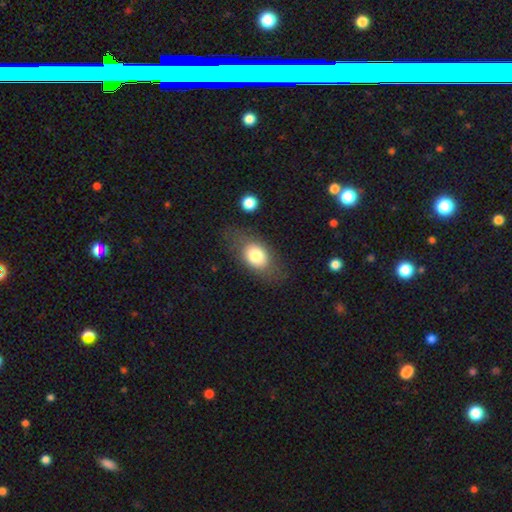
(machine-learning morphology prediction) A smooth galaxy with no disk features (74%) that is in between round and cigar-shaped (74%).

Vote fractions:
- Smooth or featured? smooth: 74% / featured or disk: 18% / star or artifact: 8%
- How rounded? in between: 74% / round: 23% / cigar-shaped: 2%
- Merging? none: 70% / minor disturbance: 17% / major disturbance: 10% / merger: 3%